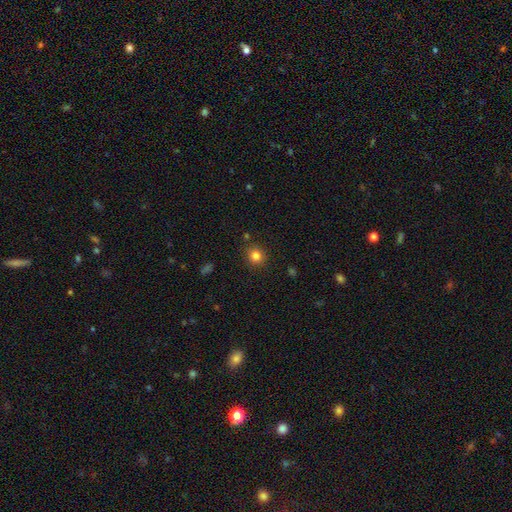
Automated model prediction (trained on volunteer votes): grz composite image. It shows a smooth galaxy with no disk features (81%) that is round (85%). Merging: none (88%).